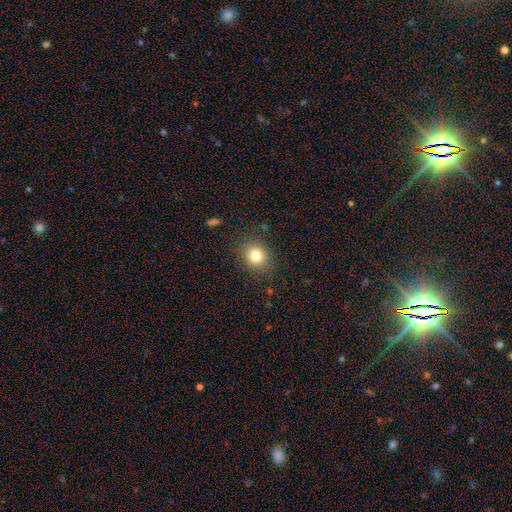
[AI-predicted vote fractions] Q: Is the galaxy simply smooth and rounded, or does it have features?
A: smooth — 79%.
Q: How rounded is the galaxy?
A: round — 76%.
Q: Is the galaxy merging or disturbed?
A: none — 86%.